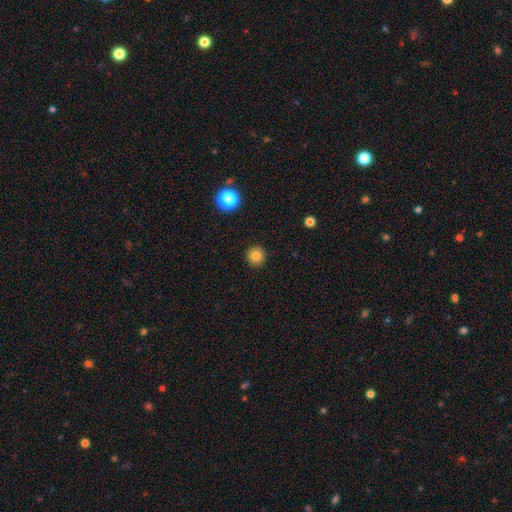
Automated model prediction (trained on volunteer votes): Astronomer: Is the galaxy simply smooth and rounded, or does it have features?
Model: smooth — 83%.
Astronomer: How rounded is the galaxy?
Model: round — 95%.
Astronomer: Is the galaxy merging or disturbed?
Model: none — 92%.